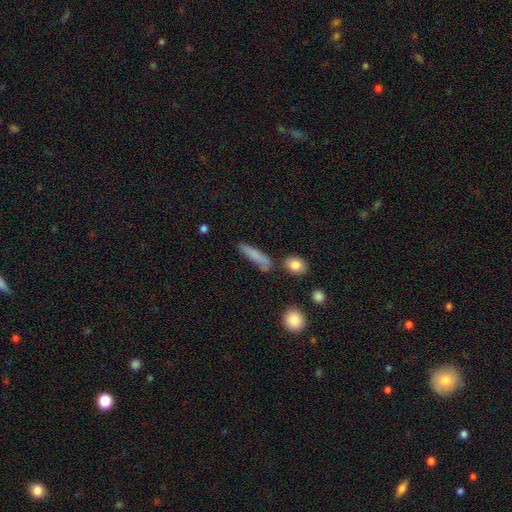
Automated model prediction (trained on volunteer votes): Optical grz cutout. It shows a smooth galaxy with no disk features (76%) that is cigar-shaped (78%). Merging: none (66%).